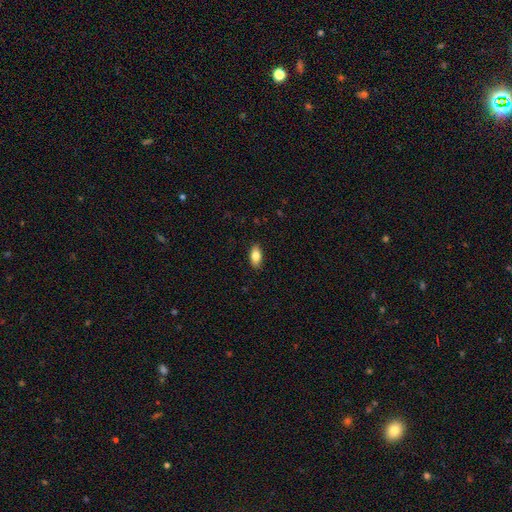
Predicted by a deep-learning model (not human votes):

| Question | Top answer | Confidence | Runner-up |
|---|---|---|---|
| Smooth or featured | smooth | 83% | featured or disk (10%) |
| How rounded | in between | 89% | cigar-shaped (7%) |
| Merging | none | 89% | minor disturbance (9%) |